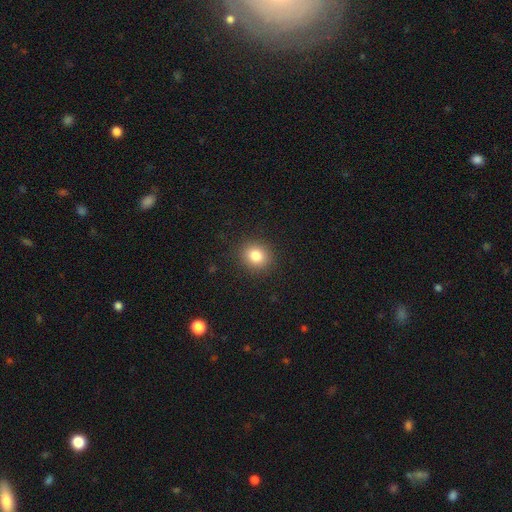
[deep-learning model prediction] Morphology: type=smooth (83%); roundness=round (78%); merging=none (90%).